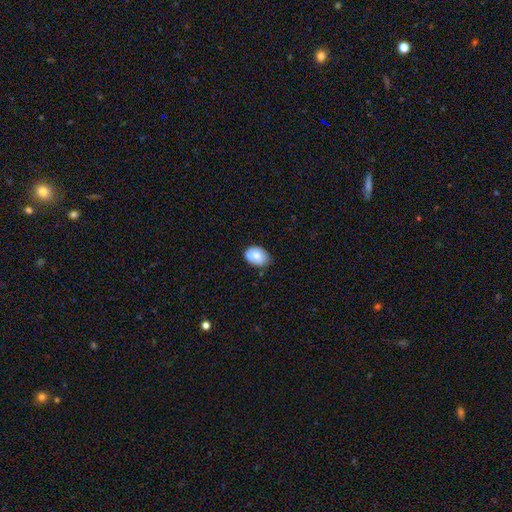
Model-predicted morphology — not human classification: Q: Smooth or featured?
A: smooth (76%); runner-up: featured or disk (16%)
Q: How rounded?
A: in between (77%); runner-up: round (22%)
Q: Merging?
A: none (64%); runner-up: minor disturbance (27%)